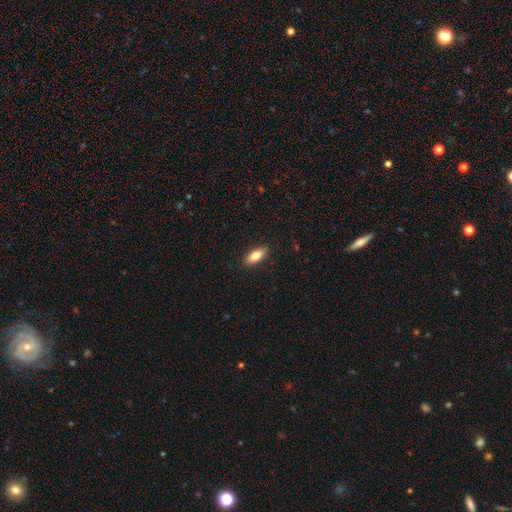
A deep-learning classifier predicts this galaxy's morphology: Q: Smooth or featured?
A: smooth (79%); runner-up: featured or disk (14%)
Q: How rounded?
A: in between (78%); runner-up: cigar-shaped (20%)
Q: Merging?
A: none (89%); runner-up: minor disturbance (8%)